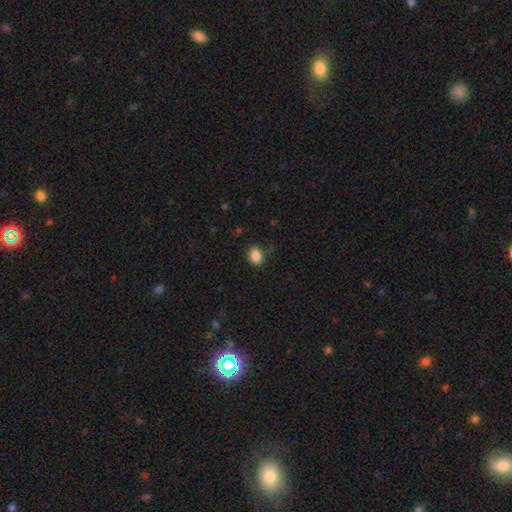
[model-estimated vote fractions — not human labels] This is clearly a smooth galaxy (86%). How rounded: likely round (63%). Merging: likely none (76%).